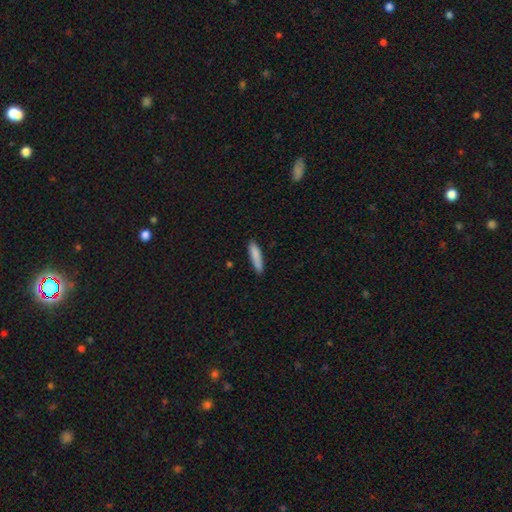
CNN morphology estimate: smooth_or_featured: smooth (p=0.85) [alt: featured or disk p=0.08]
how_rounded: cigar-shaped (p=0.81) [alt: in between p=0.18]
merging: none (p=0.84) [alt: minor disturbance p=0.13]